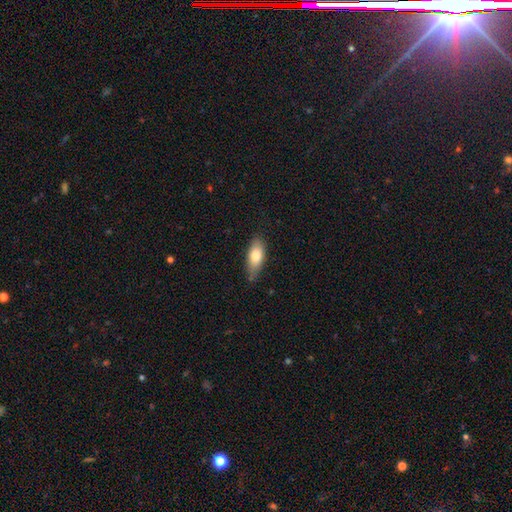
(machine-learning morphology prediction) Smooth or featured: smooth — 75% (featured or disk — 18%)
How rounded: in between — 79% (cigar-shaped — 18%)
Merging: none — 71% (minor disturbance — 23%)